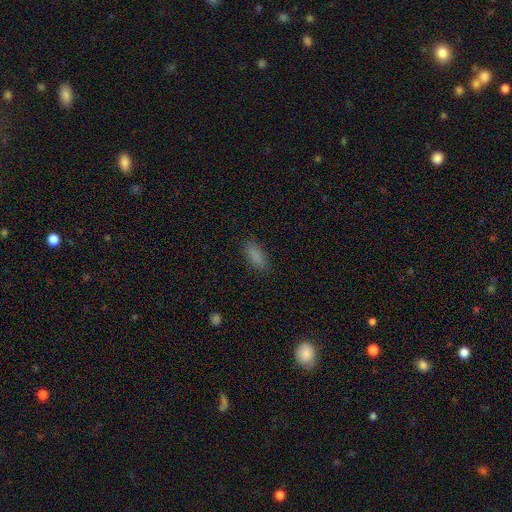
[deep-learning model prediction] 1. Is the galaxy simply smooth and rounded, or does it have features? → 85% smooth, 10% star or artifact, 5% featured or disk.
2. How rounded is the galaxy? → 79% in between, 18% cigar-shaped, 3% round.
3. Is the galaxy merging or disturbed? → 85% none, 11% minor disturbance, 3% major disturbance, 1% merger.